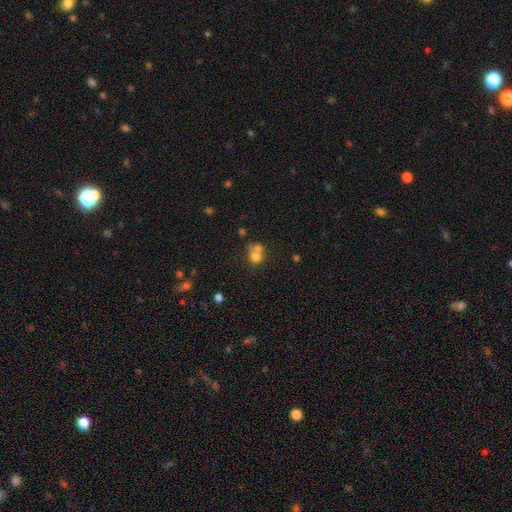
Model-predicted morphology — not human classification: A smooth galaxy with no disk features (71%) that is round (68%). Merging: merger (53%).